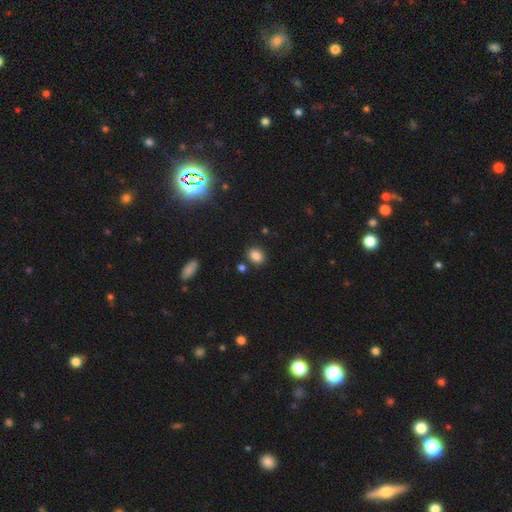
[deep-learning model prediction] Smooth or featured: smooth — 84% (star or artifact — 11%)
How rounded: in between — 57% (round — 41%)
Merging: none — 83% (minor disturbance — 10%)